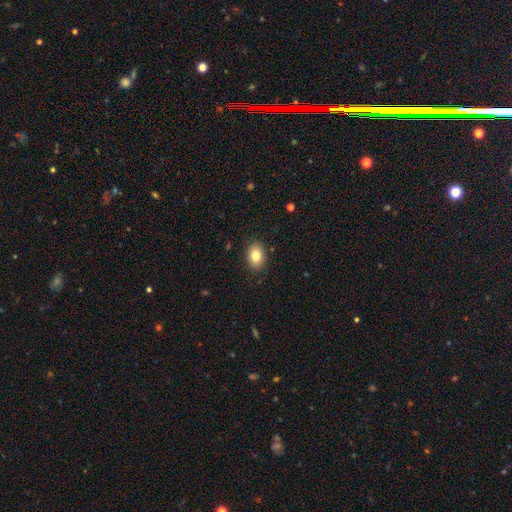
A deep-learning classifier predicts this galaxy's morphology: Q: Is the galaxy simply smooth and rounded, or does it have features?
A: smooth — 83%.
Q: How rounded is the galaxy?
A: in between — 77%.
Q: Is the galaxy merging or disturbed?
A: none — 88%.